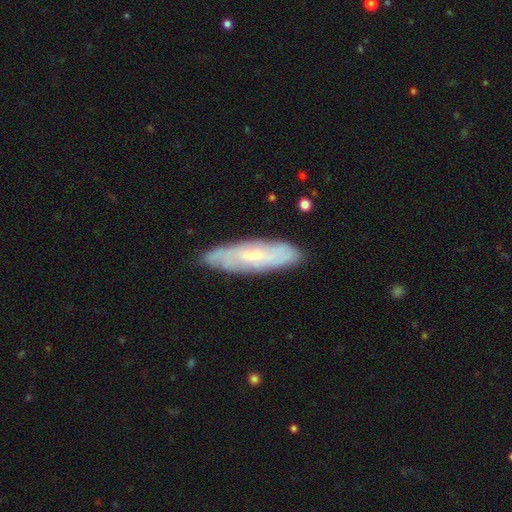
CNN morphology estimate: Q: Smooth or featured?
A: featured or disk (54%); runner-up: smooth (39%)
Q: Edge-on disk?
A: no (67%); runner-up: yes (33%)
Q: Merging?
A: none (83%); runner-up: minor disturbance (13%)